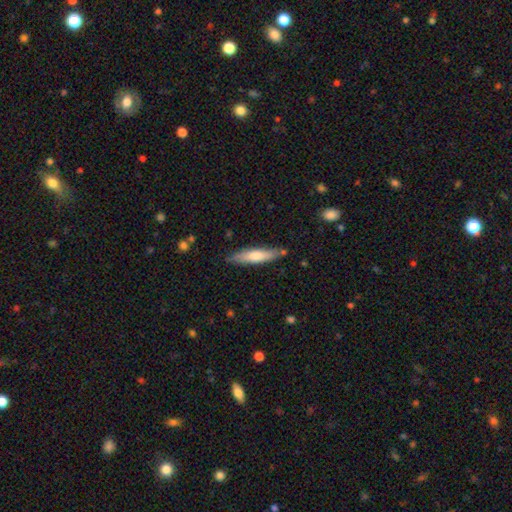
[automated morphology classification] A smooth galaxy with no disk features (63%) that is cigar-shaped (80%).

Vote fractions:
- Smooth or featured? smooth: 63% / featured or disk: 31% / star or artifact: 5%
- How rounded? cigar-shaped: 80% / in between: 18% / round: 1%
- Merging? none: 82% / minor disturbance: 13% / merger: 2% / major disturbance: 2%